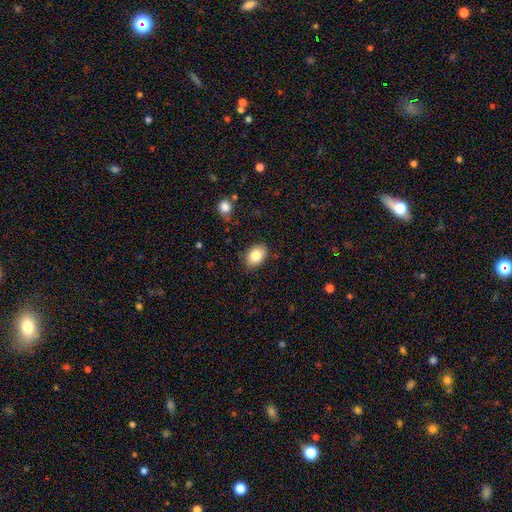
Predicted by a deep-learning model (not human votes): Q: Smooth or featured?
A: smooth (83%); runner-up: featured or disk (9%)
Q: How rounded?
A: in between (82%); runner-up: round (17%)
Q: Merging?
A: none (82%); runner-up: minor disturbance (14%)